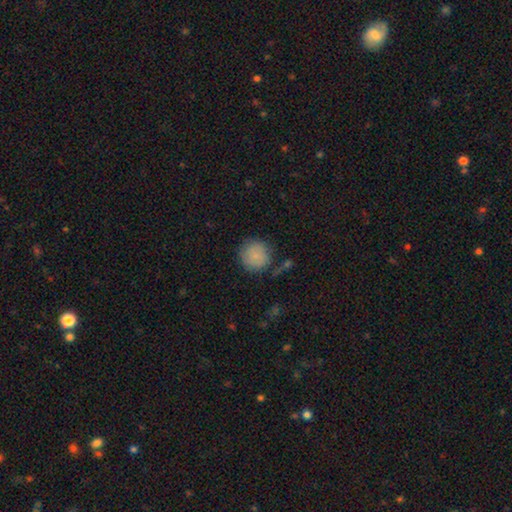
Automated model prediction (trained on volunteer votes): smooth_or_featured: smooth (p=0.84) [alt: featured or disk p=0.08]
how_rounded: round (p=0.93) [alt: in between p=0.06]
merging: none (p=0.76) [alt: minor disturbance p=0.14]